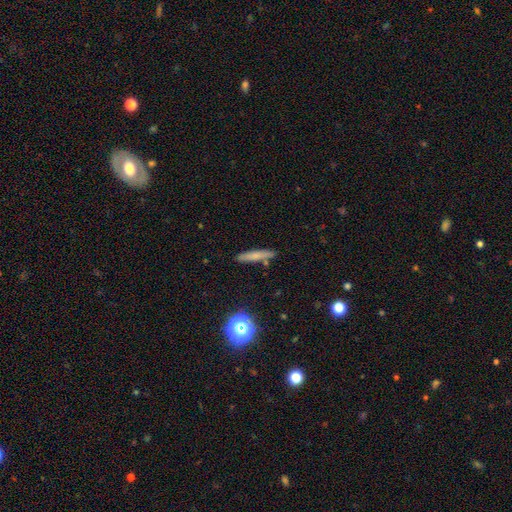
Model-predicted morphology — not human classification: This is likely a smooth galaxy (67%). How rounded: clearly cigar-shaped (88%). Merging: clearly none (84%).